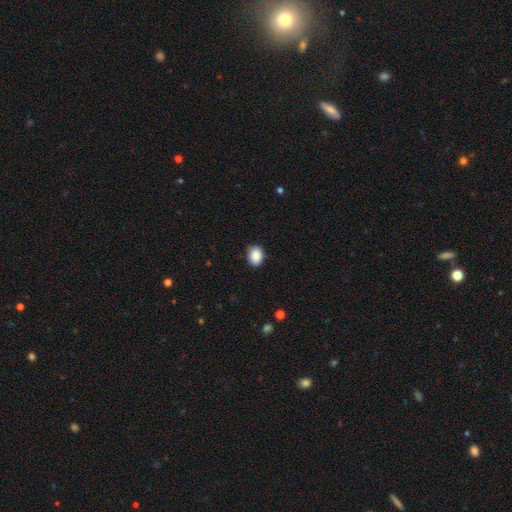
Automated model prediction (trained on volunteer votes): Q: Smooth or featured?
A: smooth (89%); runner-up: star or artifact (8%)
Q: How rounded?
A: in between (62%); runner-up: round (37%)
Q: Merging?
A: none (83%); runner-up: minor disturbance (14%)